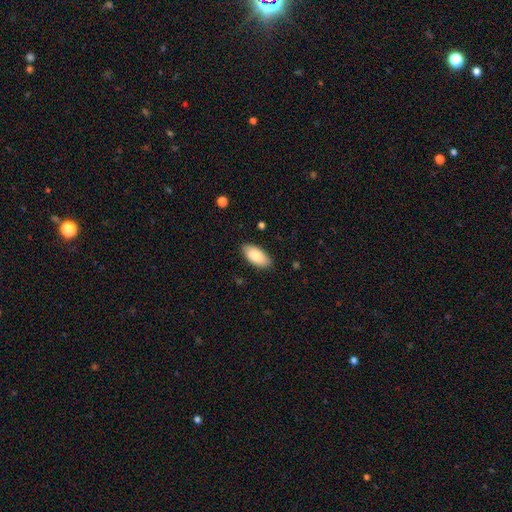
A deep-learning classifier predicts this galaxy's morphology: A smooth galaxy with no disk features (86%) that is in between round and cigar-shaped (93%). Merging: none (85%).